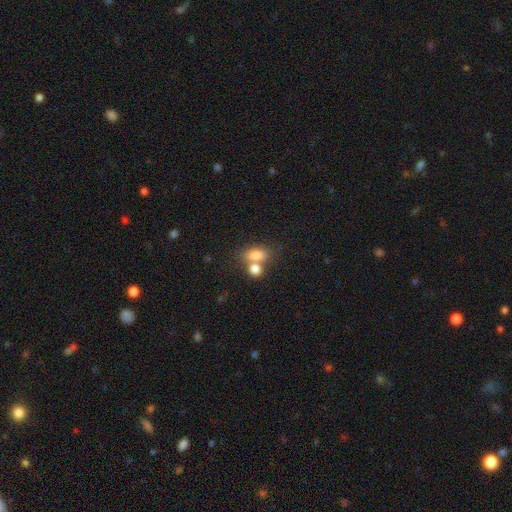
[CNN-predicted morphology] A smooth galaxy with no disk features (79%) that is in between round and cigar-shaped (75%). Merging: merger (46%).